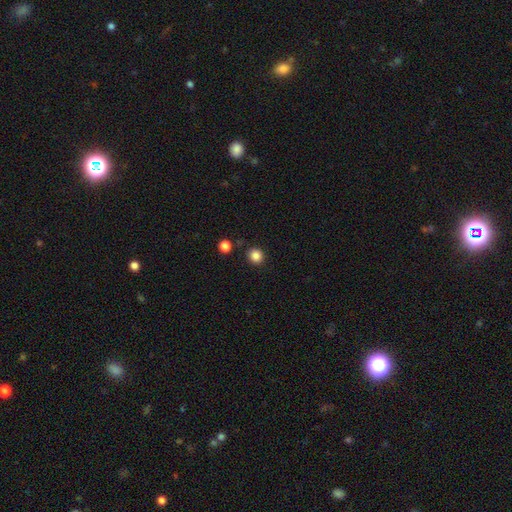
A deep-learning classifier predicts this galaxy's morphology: Q: Smooth or featured?
A: smooth (85%); runner-up: star or artifact (11%)
Q: How rounded?
A: round (89%); runner-up: in between (10%)
Q: Merging?
A: none (88%); runner-up: minor disturbance (7%)